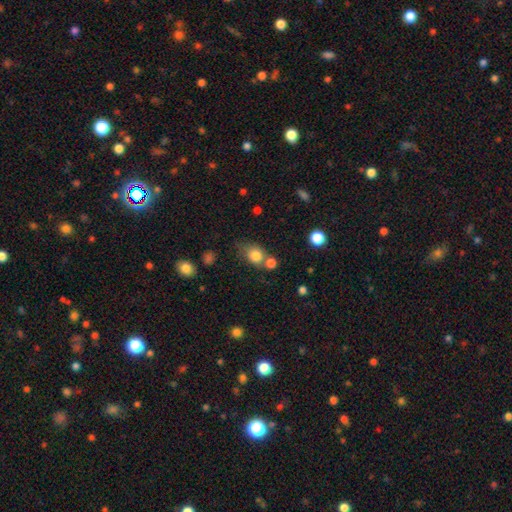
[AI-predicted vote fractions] A smooth galaxy with no disk features (81%) that is round (57%). Merging: none (49%).